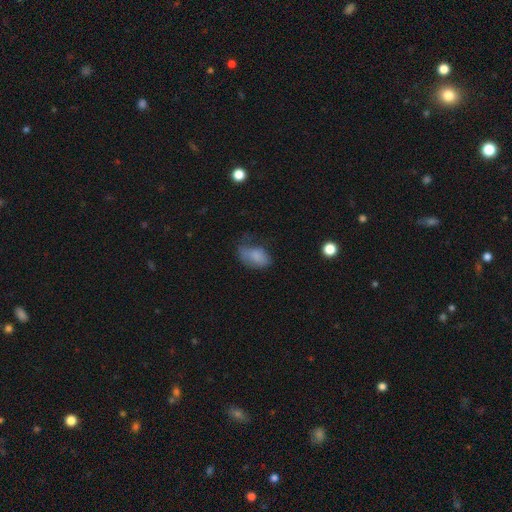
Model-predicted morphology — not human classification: Smooth or featured? Predicted: smooth (p=0.77). How rounded? Predicted: in between (p=0.89). Merging? Predicted: none (p=0.36).